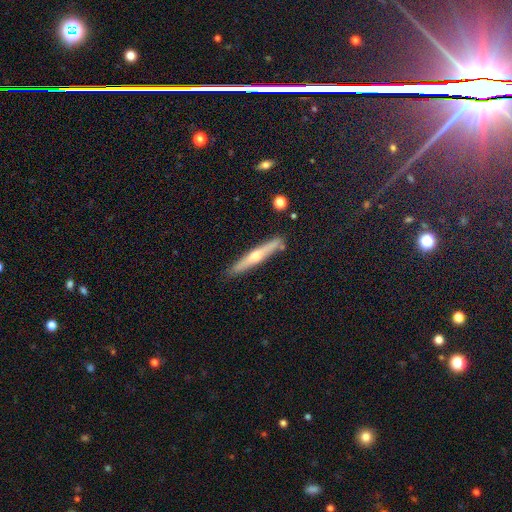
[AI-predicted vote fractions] Overall: featured or disk (61%; smooth 32%). Edge-on disk: yes (95%). Edge-on bulge: rounded (86%). Merging: none (88%).